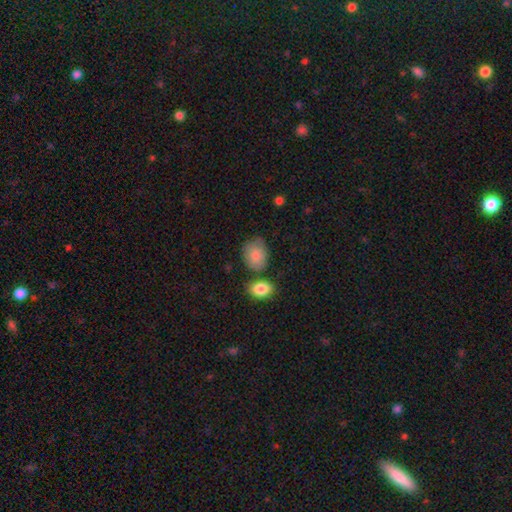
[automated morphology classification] The model was most divided on "how rounded": in between: 55%, round: 44%, cigar-shaped: 1%. More confident: smooth or featured — smooth (84%); merging — none (59%).